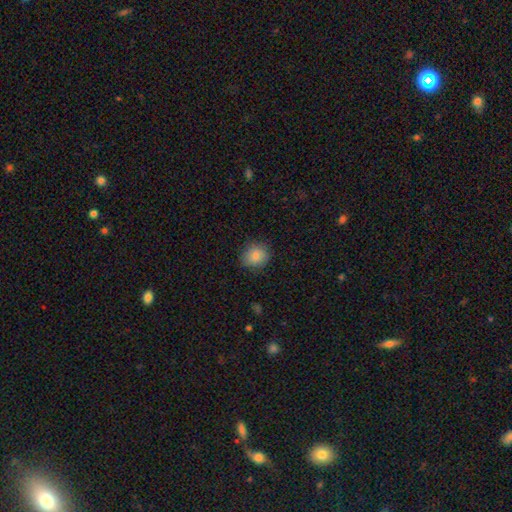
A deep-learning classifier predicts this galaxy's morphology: type=smooth (84%); roundness=round (80%); merging=none (84%).